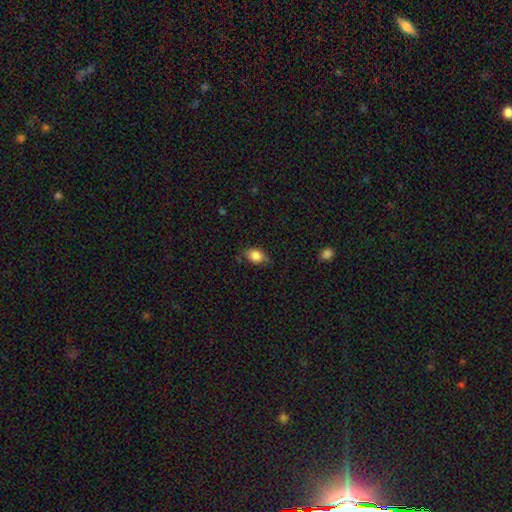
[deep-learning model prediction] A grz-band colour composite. It shows a smooth galaxy with no disk features (84%) that is in between round and cigar-shaped (71%). Merging: none (67%).